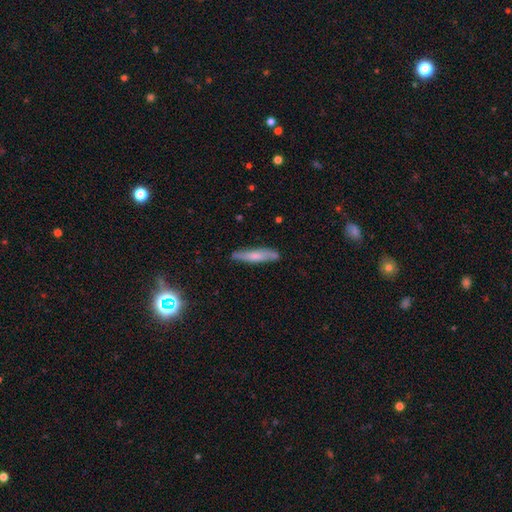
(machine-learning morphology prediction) Q: Smooth or featured?
A: smooth (59%); runner-up: featured or disk (34%)
Q: How rounded?
A: cigar-shaped (88%); runner-up: in between (10%)
Q: Merging?
A: none (83%); runner-up: minor disturbance (13%)